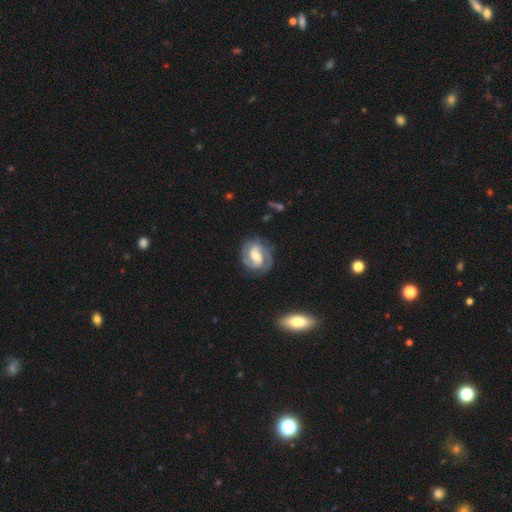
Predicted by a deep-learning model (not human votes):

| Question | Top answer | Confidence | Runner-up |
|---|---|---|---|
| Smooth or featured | featured or disk | 85% | smooth (10%) |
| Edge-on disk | no | 98% | yes (2%) |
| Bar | weak | 48% | no (30%) |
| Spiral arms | yes | 96% | no (4%) |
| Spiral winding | tight | 45% | medium (44%) |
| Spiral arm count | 2 | 80% | 3 (8%) |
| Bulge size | moderate | 54% | small (29%) |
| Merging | none | 78% | minor disturbance (15%) |